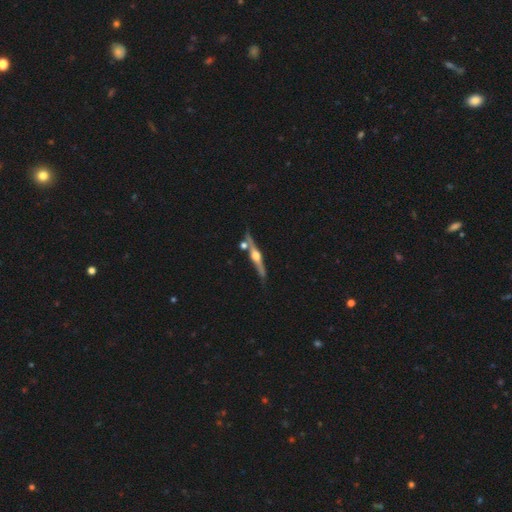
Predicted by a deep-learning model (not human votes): smooth-or-featured: featured or disk: 81% | smooth: 13% | star or artifact: 5%
  disk-edge-on: yes: 97% | no: 3%
    edge-on-bulge: rounded: 94% | boxy: 3% | none: 2%
  merging: none: 77% | minor disturbance: 11% | merger: 10% | major disturbance: 3%